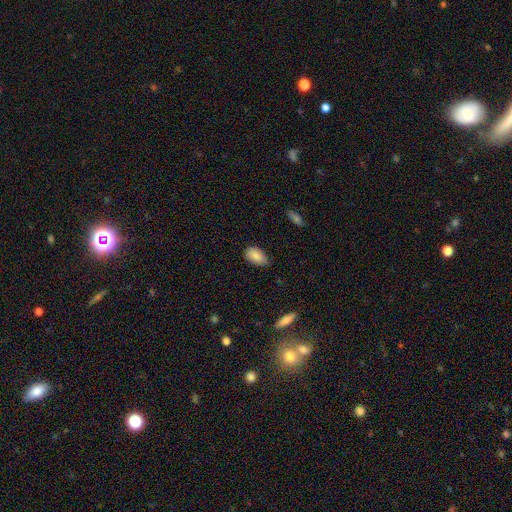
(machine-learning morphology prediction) This appears to be a smooth galaxy with no disk features (84%) that is in between round and cigar-shaped (92%). Merging: none (68%).